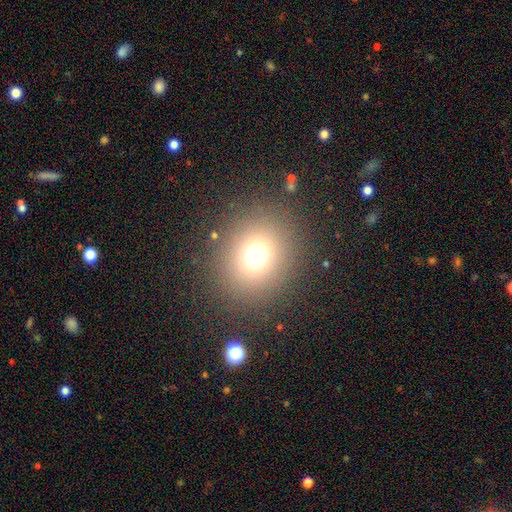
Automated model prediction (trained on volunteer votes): A smooth galaxy with no disk features (70%) that is round (77%). Merging: none (87%).